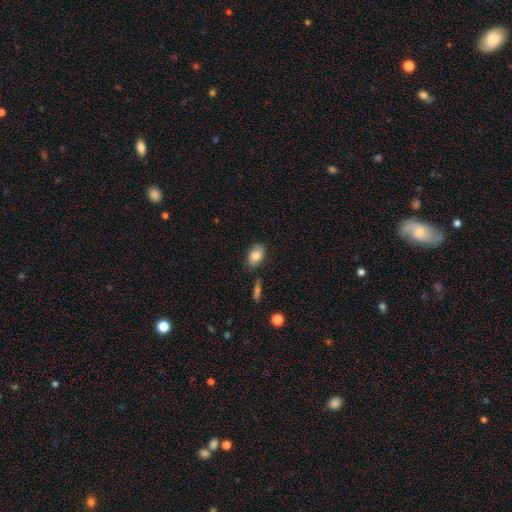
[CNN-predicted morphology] Smooth or featured? Predicted: smooth (p=0.77). How rounded? Predicted: in between (p=0.84). Merging? Predicted: none (p=0.75).